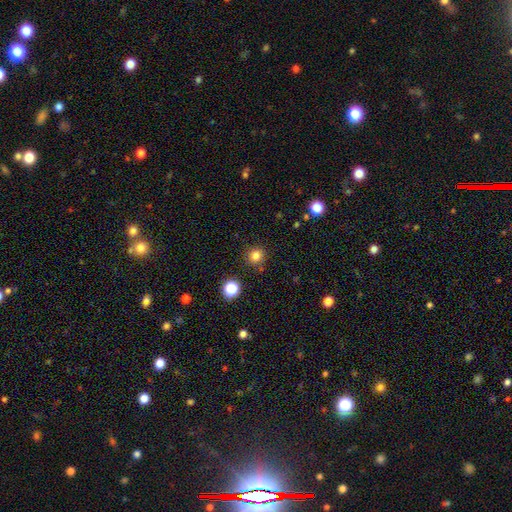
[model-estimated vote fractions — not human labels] Smooth or featured?
  - smooth: 81% *
  - star or artifact: 14%
  - featured or disk: 5%
How rounded?
  - round: 92% *
  - in between: 7%
  - cigar-shaped: 1%
Merging?
  - none: 87% *
  - minor disturbance: 8%
  - merger: 3%
  - major disturbance: 3%